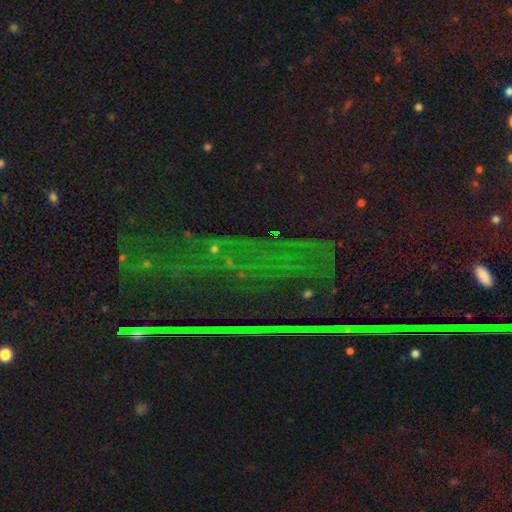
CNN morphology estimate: Q: Smooth or featured?
A: star or artifact (83%); runner-up: smooth (9%)